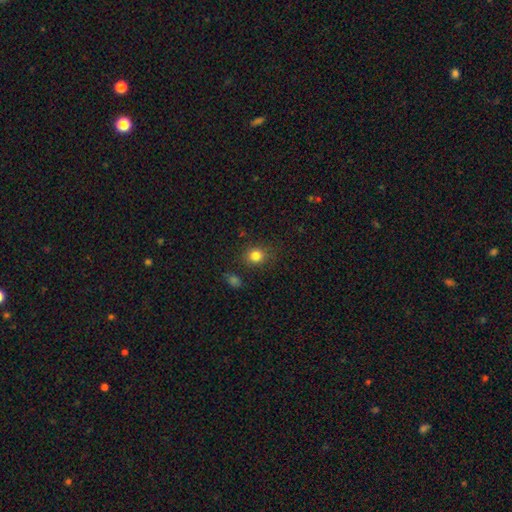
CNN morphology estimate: A smooth galaxy with no disk features (82%) that is round (74%). Merging: none (83%).